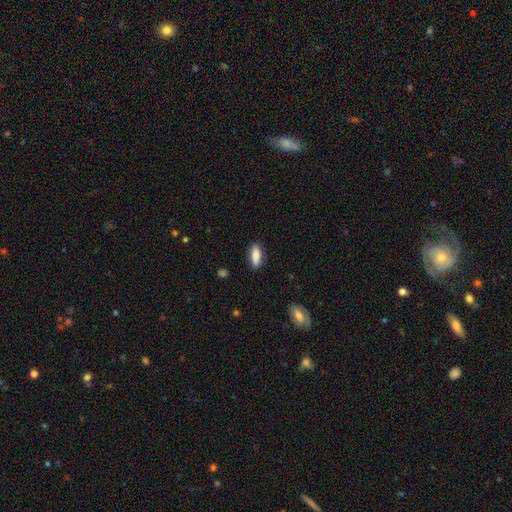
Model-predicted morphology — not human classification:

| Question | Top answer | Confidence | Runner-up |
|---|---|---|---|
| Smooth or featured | smooth | 86% | featured or disk (8%) |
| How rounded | in between | 70% | cigar-shaped (28%) |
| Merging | none | 87% | minor disturbance (10%) |